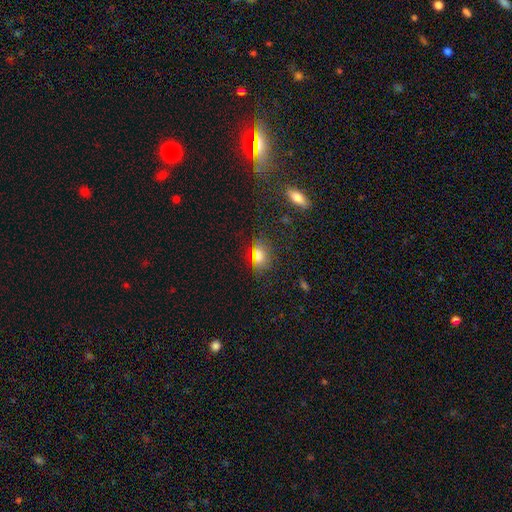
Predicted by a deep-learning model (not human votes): smooth-or-featured: smooth: 67% | star or artifact: 24% | featured or disk: 9%
  how-rounded: in between: 71% | round: 24% | cigar-shaped: 5%
  merging: none: 83% | minor disturbance: 11% | major disturbance: 4% | merger: 2%